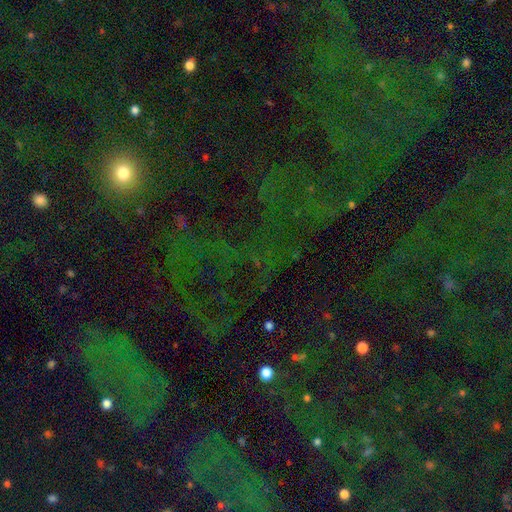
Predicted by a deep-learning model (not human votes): A star or artifact, not a galaxy (74%).

Vote fractions:
- Smooth or featured? star or artifact: 74% / smooth: 16% / featured or disk: 10%